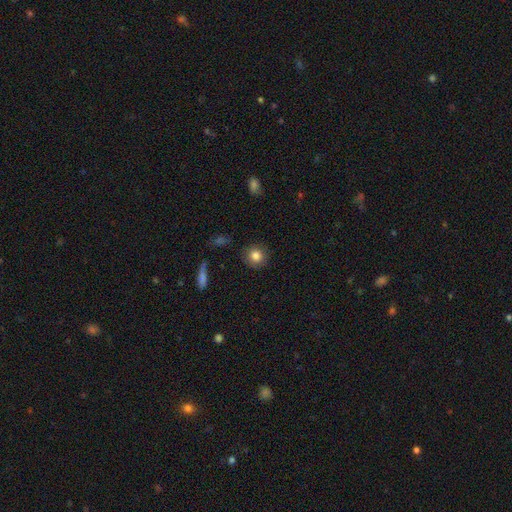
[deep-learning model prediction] This is clearly a smooth galaxy (83%). How rounded: clearly round (90%). Merging: clearly none (88%).